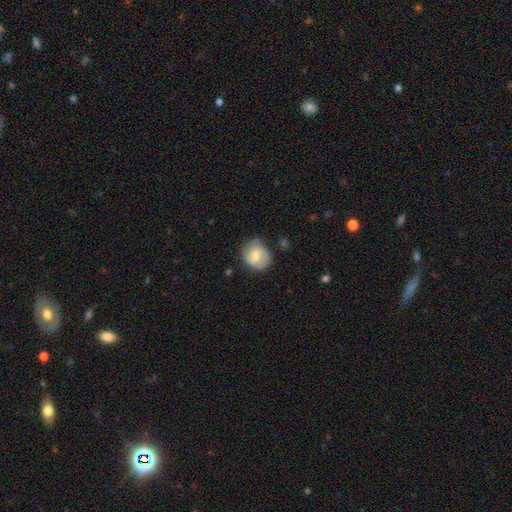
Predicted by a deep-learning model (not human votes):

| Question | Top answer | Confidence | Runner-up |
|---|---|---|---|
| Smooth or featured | smooth | 56% | featured or disk (37%) |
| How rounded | round | 74% | in between (25%) |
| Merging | none | 68% | minor disturbance (24%) |